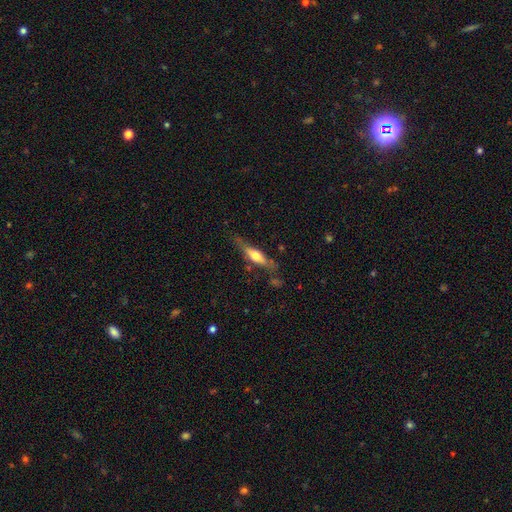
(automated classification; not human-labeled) A featured or disk galaxy (50%) viewed edge-on (82%).

Vote fractions:
- Smooth or featured? featured or disk: 50% / smooth: 44% / star or artifact: 6%
- Edge-on disk? yes: 82% / no: 18%
- Merging? none: 67% / minor disturbance: 22% / major disturbance: 7% / merger: 4%